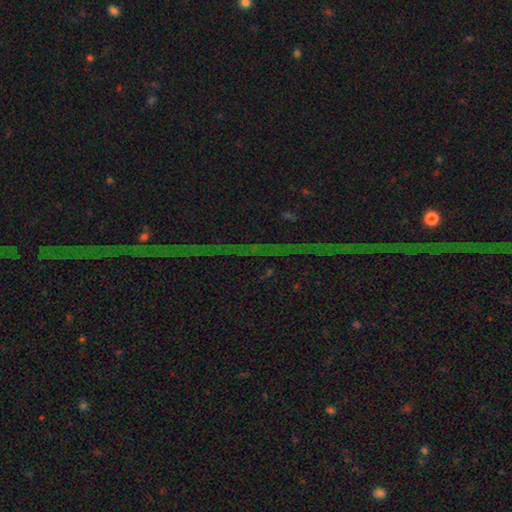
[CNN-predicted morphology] type=star or artifact (81%).